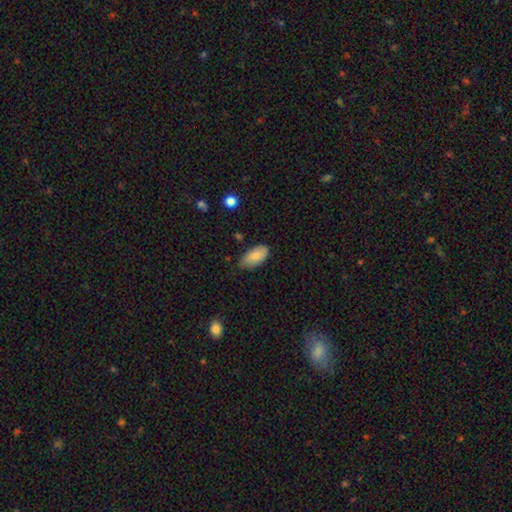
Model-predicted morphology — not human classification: A smooth galaxy with no disk features (82%) that is in between round and cigar-shaped (94%).

Vote fractions:
- Smooth or featured? smooth: 82% / featured or disk: 11% / star or artifact: 7%
- How rounded? in between: 94% / cigar-shaped: 3% / round: 3%
- Merging? none: 71% / minor disturbance: 24% / major disturbance: 4% / merger: 1%